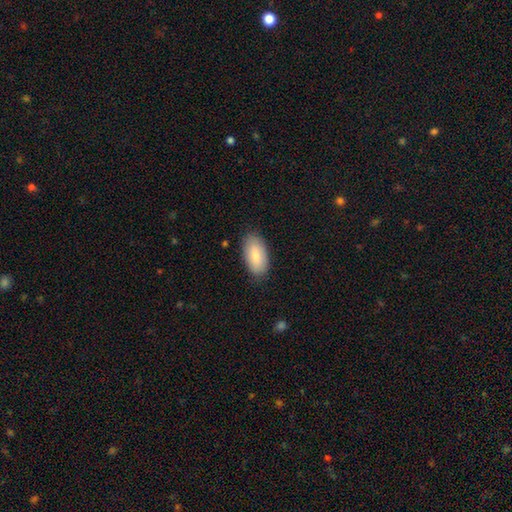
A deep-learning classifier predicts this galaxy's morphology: Smooth or featured? Predicted: smooth (p=0.84). How rounded? Predicted: in between (p=0.94). Merging? Predicted: none (p=0.85).